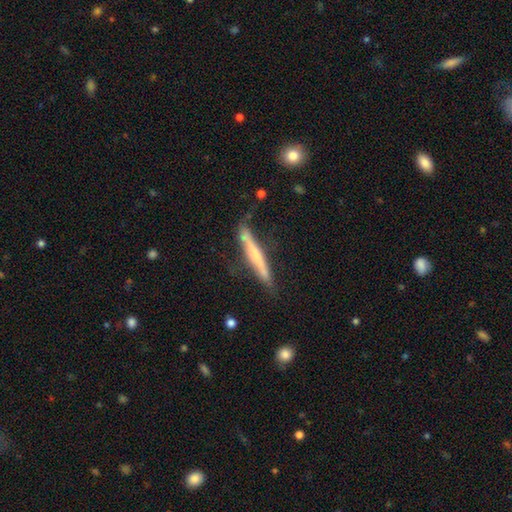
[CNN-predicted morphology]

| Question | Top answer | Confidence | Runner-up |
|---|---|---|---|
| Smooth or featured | featured or disk | 57% | smooth (38%) |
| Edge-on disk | yes | 93% | no (7%) |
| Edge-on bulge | none | 43% | rounded (42%) |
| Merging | none | 70% | minor disturbance (21%) |